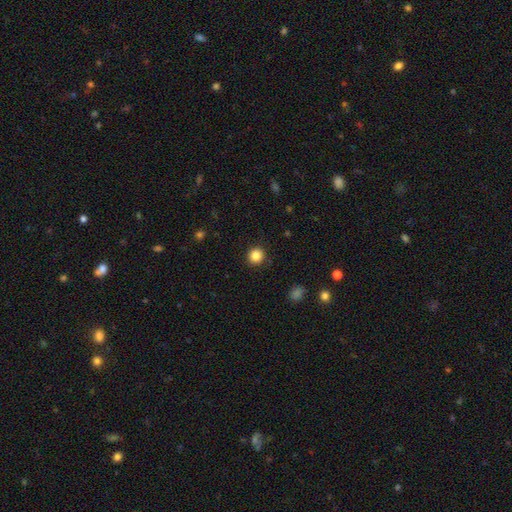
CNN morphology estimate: Q: Smooth or featured?
A: smooth (85%); runner-up: star or artifact (11%)
Q: How rounded?
A: round (91%); runner-up: in between (8%)
Q: Merging?
A: none (91%); runner-up: minor disturbance (6%)